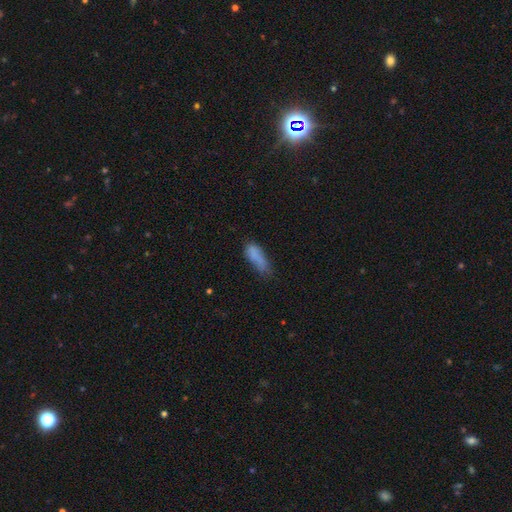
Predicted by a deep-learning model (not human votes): This is likely a smooth galaxy (77%). How rounded: likely in between (62%). Merging: marginally none (41%).